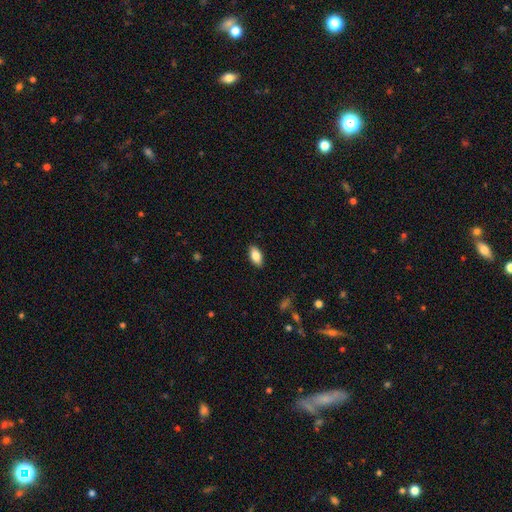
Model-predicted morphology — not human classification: The model was most divided on "smooth or featured": smooth: 84%, featured or disk: 9%, star or artifact: 7%. More confident: how rounded — in between (92%); merging — none (89%).